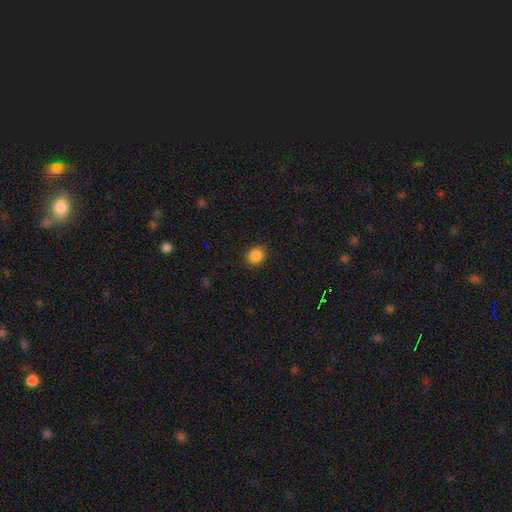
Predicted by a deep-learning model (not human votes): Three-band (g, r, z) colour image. It shows a smooth galaxy with no disk features (87%) that is round (75%). Merging: none (89%).